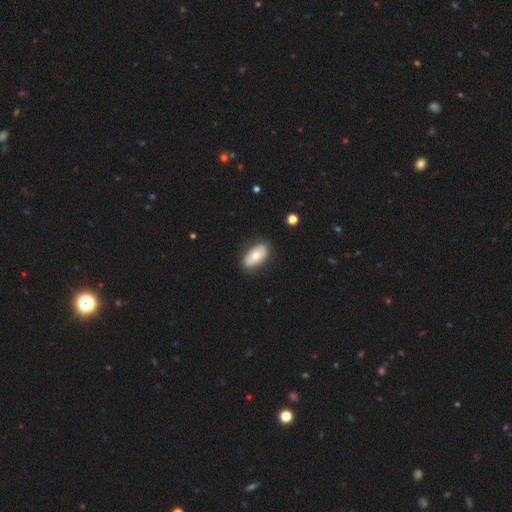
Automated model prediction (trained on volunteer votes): Smooth or featured: smooth — 65% (featured or disk — 29%)
How rounded: in between — 93% (round — 4%)
Merging: none — 84% (minor disturbance — 12%)